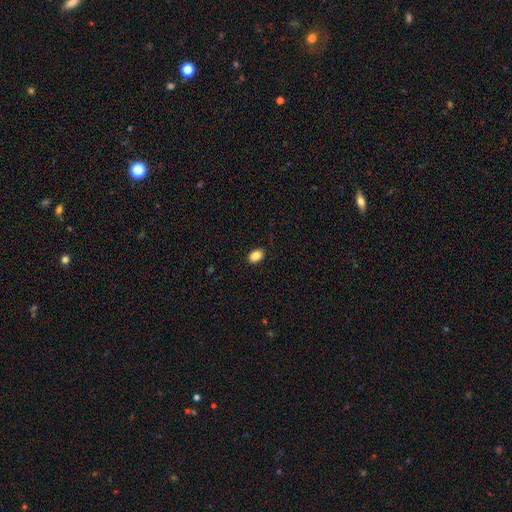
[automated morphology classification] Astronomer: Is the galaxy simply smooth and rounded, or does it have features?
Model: smooth — 88%.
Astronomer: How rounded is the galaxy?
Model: in between — 83%.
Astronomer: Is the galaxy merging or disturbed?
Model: none — 88%.